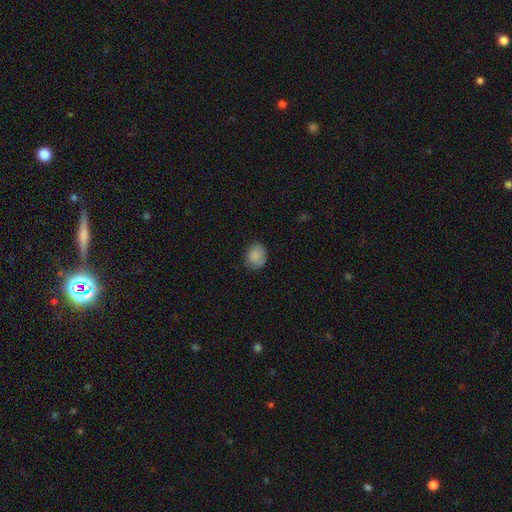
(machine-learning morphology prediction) This appears to be a smooth galaxy with no disk features (86%) that is round (60%). Merging: none (80%).